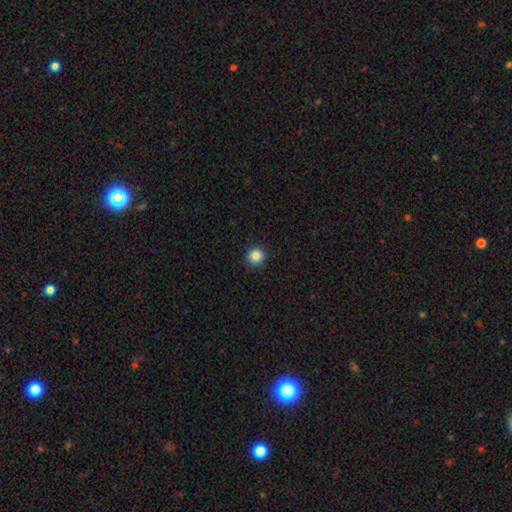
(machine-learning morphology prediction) A smooth galaxy with no disk features (86%) that is round (94%). Merging: none (92%).